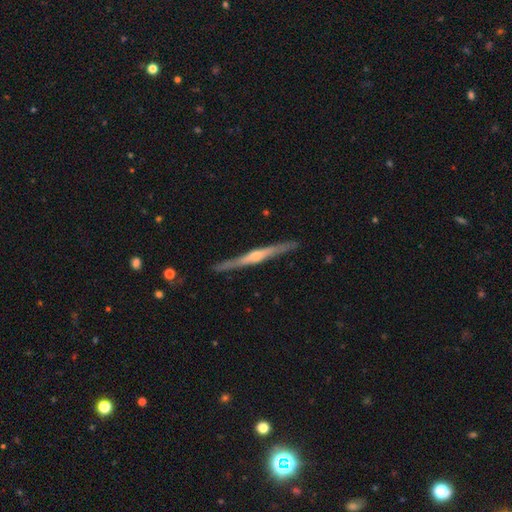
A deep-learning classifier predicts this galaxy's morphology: smooth_or_featured: featured or disk (p=0.74) [alt: smooth p=0.21]
disk_edge_on: yes (p=0.98) [alt: no p=0.02]
edge_on_bulge: rounded (p=0.77) [alt: none p=0.13]
merging: none (p=0.90) [alt: minor disturbance p=0.08]